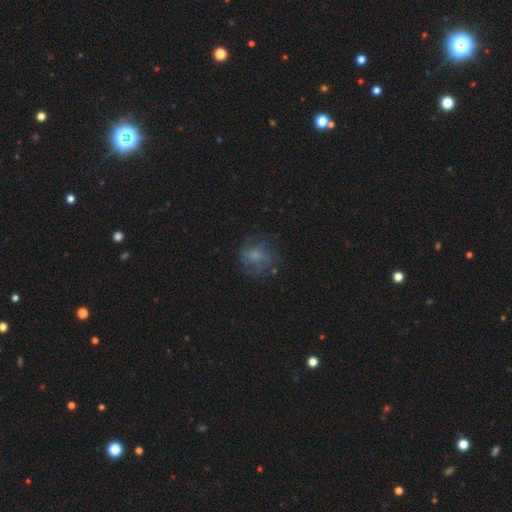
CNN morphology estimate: This is possibly a smooth galaxy (51%). How rounded: likely round (73%). Merging: likely none (62%).